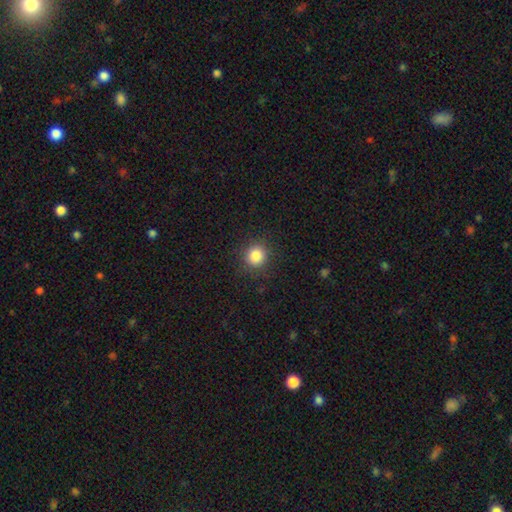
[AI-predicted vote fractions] Smooth or featured: smooth — 84% (star or artifact — 11%)
How rounded: round — 90% (in between — 9%)
Merging: none — 89% (minor disturbance — 7%)